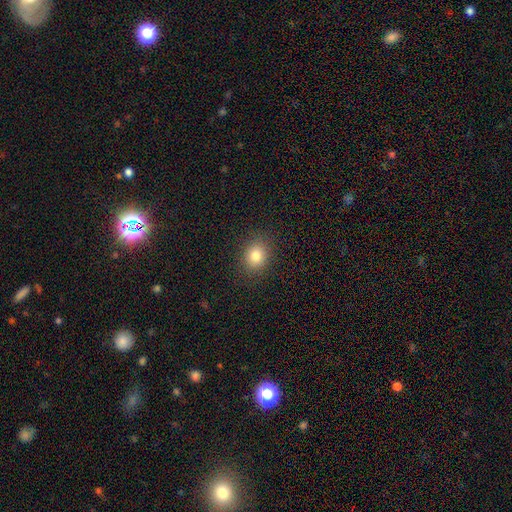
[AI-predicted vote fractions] This is clearly a smooth galaxy (81%). How rounded: possibly round (54%). Merging: clearly none (88%).